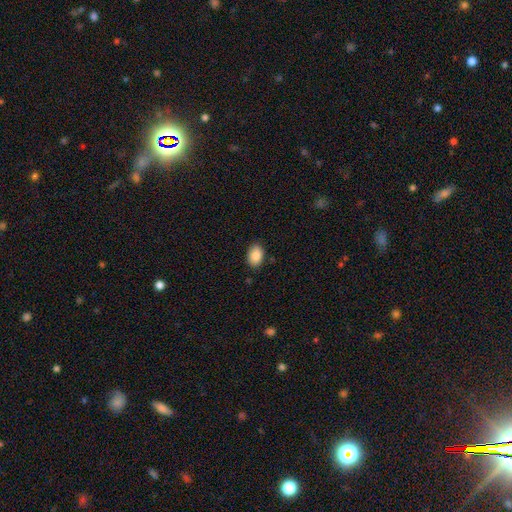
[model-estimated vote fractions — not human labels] The model was most divided on "how rounded": in between: 84%, round: 15%, cigar-shaped: 1%. More confident: merging — none (87%); smooth or featured — smooth (86%).